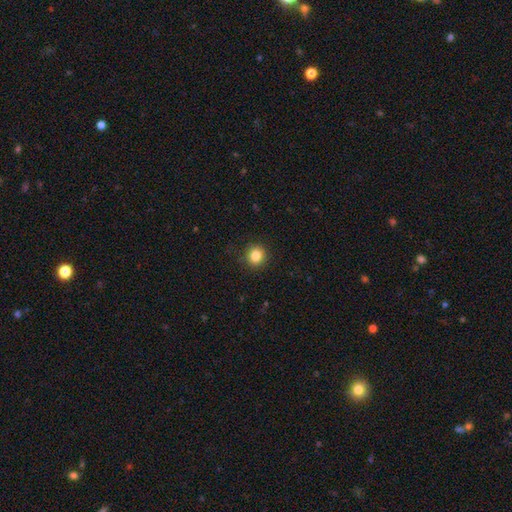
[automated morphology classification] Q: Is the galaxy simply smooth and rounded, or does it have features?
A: smooth — 84%.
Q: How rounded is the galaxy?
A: round — 88%.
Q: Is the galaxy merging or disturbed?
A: none — 90%.